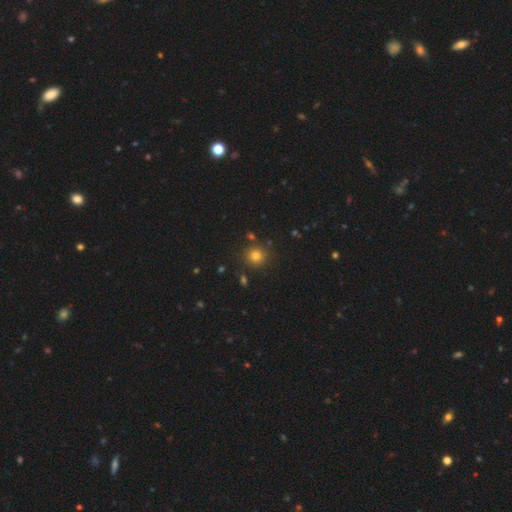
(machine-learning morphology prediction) type=smooth (79%); roundness=round (92%); merging=none (86%).